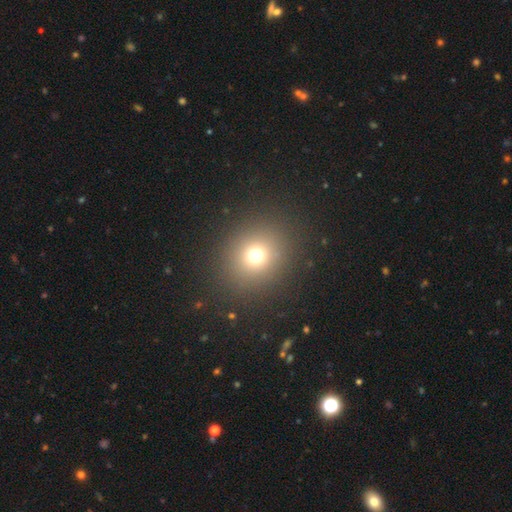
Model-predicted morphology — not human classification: A smooth galaxy with no disk features (70%) that is round (81%). Merging: none (87%).